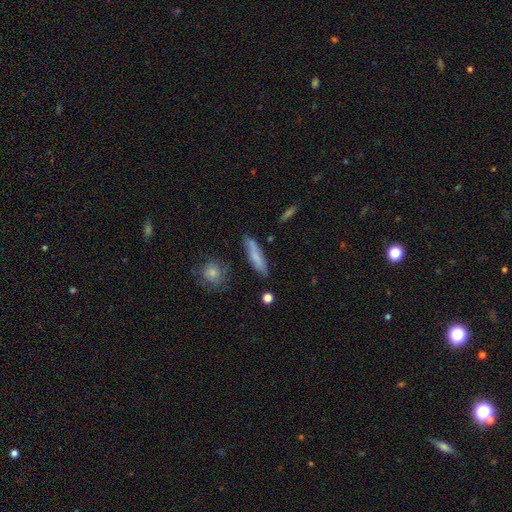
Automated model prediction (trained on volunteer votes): Smooth or featured?
  - smooth: 73% *
  - featured or disk: 19%
  - star or artifact: 7%
How rounded?
  - cigar-shaped: 75% *
  - in between: 22%
  - round: 3%
Merging?
  - none: 80% *
  - minor disturbance: 14%
  - merger: 3%
  - major disturbance: 3%